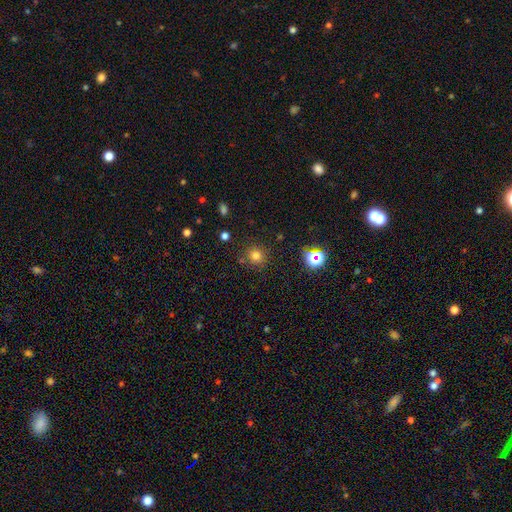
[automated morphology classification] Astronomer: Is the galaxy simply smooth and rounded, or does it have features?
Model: smooth — 75%.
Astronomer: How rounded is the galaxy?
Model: round — 92%.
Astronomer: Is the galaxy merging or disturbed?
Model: none — 83%.